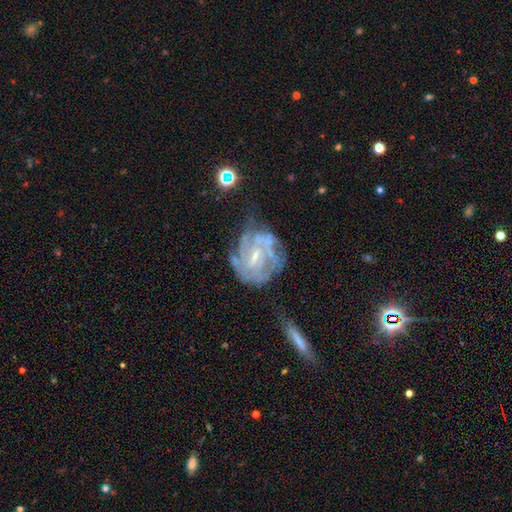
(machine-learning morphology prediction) Smooth or featured? featured or disk (80%)
Edge-on disk? no (97%)
Bar? weak (48%)
Spiral arms? yes (85%)
Spiral winding? tight (56%)
Spiral arm count? can't tell (39%)
Bulge size? small (59%)
Merging? none (54%)